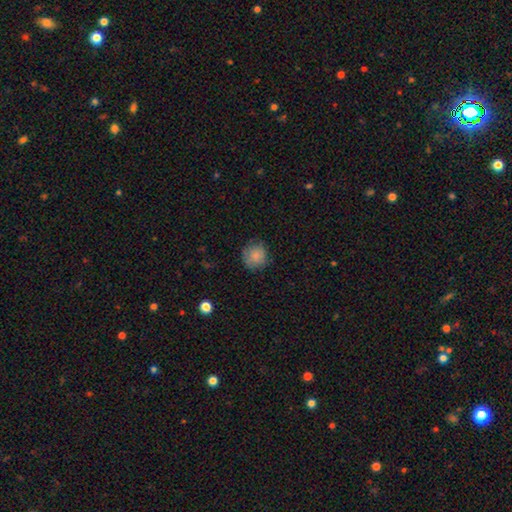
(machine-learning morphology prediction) This is clearly a smooth galaxy (84%). How rounded: clearly round (89%). Merging: likely none (78%).